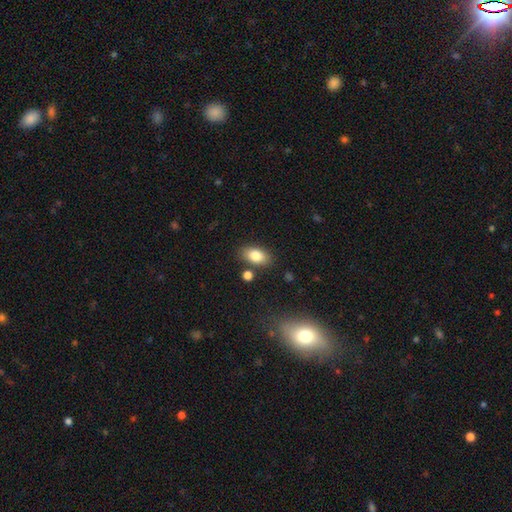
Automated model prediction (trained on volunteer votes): Q: Smooth or featured?
A: smooth (82%); runner-up: featured or disk (10%)
Q: How rounded?
A: in between (90%); runner-up: round (7%)
Q: Merging?
A: none (81%); runner-up: minor disturbance (11%)